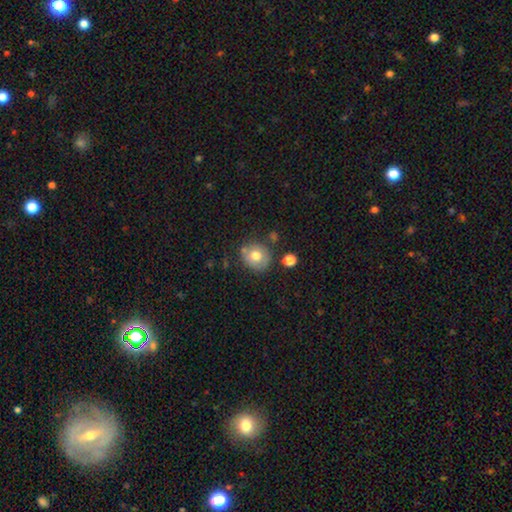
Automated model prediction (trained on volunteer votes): Smooth or featured? Predicted: smooth (p=0.70). How rounded? Predicted: round (p=0.83). Merging? Predicted: none (p=0.71).